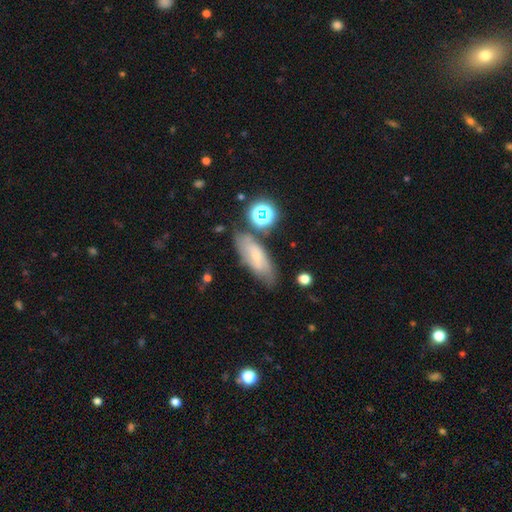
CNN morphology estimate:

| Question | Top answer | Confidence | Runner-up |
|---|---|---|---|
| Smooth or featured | featured or disk | 45% | smooth (42%) |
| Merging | none | 66% | minor disturbance (20%) |